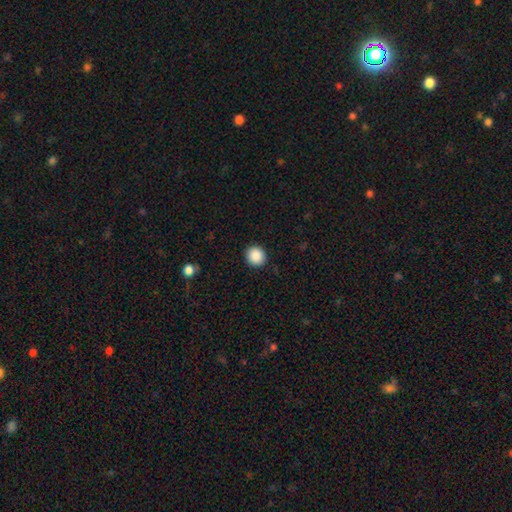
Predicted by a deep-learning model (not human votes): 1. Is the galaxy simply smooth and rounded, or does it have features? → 89% smooth, 9% star or artifact, 2% featured or disk.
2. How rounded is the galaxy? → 93% round, 6% in between, 1% cigar-shaped.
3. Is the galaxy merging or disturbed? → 93% none, 5% minor disturbance, 2% major disturbance, 1% merger.